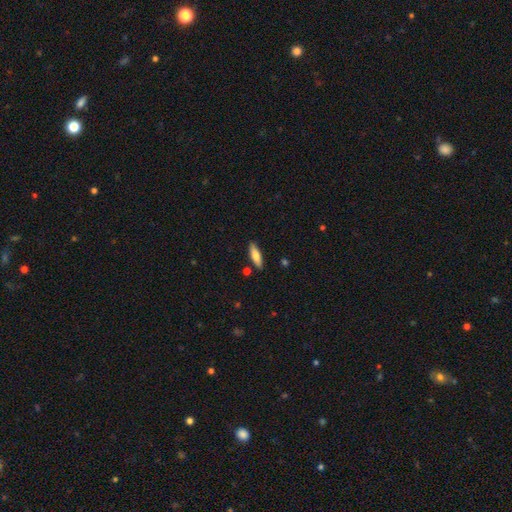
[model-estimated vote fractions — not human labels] Smooth or featured?
  - smooth: 74% *
  - featured or disk: 20%
  - star or artifact: 6%
How rounded?
  - cigar-shaped: 54% *
  - in between: 44%
  - round: 2%
Merging?
  - none: 86% *
  - minor disturbance: 9%
  - merger: 3%
  - major disturbance: 2%